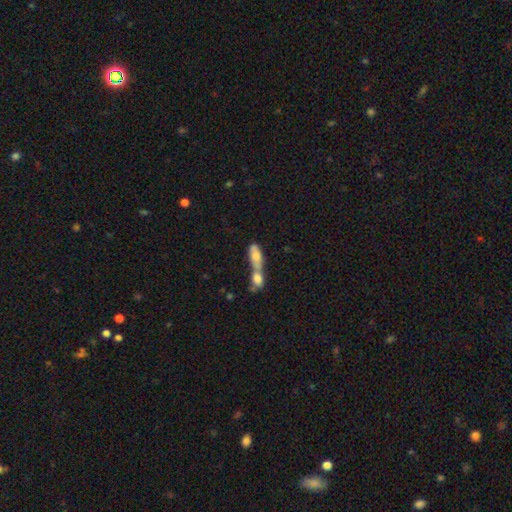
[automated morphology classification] Smooth or featured? smooth (66%)
How rounded? in between (70%)
Merging? merger (79%)